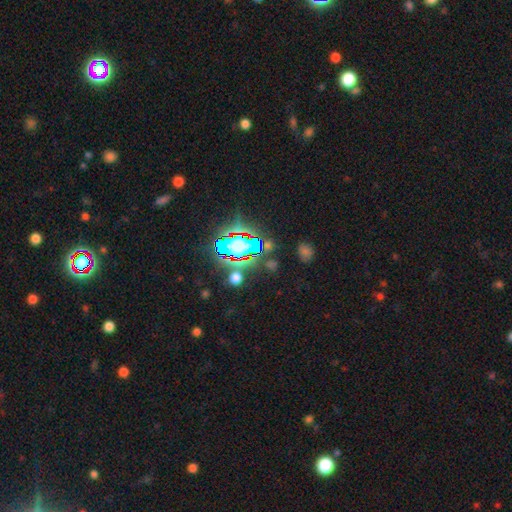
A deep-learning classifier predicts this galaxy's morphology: star or artifact 83%, smooth 9%, featured or disk 7%.